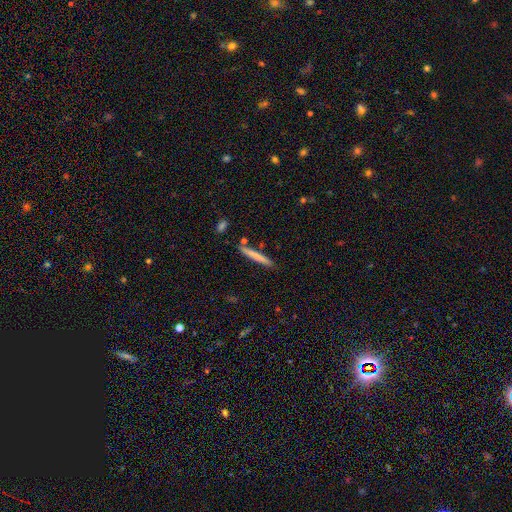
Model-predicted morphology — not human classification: A smooth galaxy with no disk features (72%) that is cigar-shaped (96%).

Vote fractions:
- Smooth or featured? smooth: 72% / featured or disk: 22% / star or artifact: 5%
- How rounded? cigar-shaped: 96% / in between: 3% / round: 1%
- Merging? none: 85% / minor disturbance: 9% / merger: 4% / major disturbance: 2%